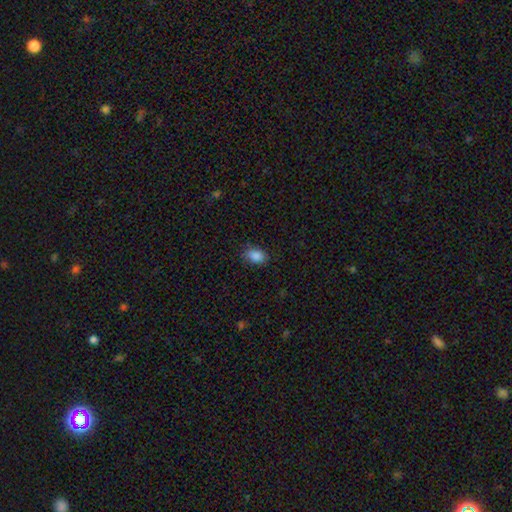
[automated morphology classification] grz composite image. It shows a smooth galaxy with no disk features (88%) that is in between round and cigar-shaped (84%). Merging: none (82%).